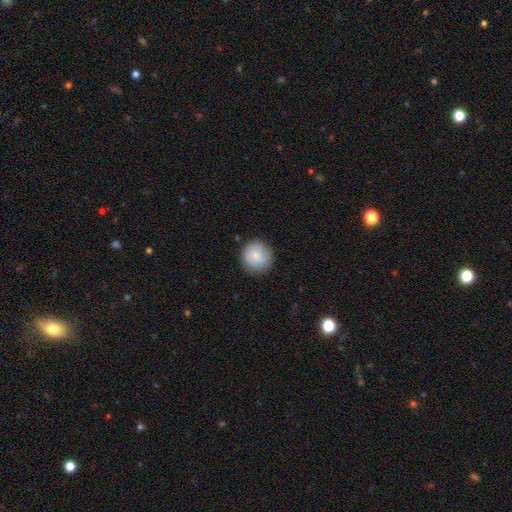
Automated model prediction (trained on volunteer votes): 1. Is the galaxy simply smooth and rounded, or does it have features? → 81% smooth, 12% featured or disk, 7% star or artifact.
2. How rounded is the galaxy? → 93% round, 6% in between, 1% cigar-shaped.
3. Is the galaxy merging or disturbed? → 85% none, 11% minor disturbance, 3% major disturbance, 1% merger.